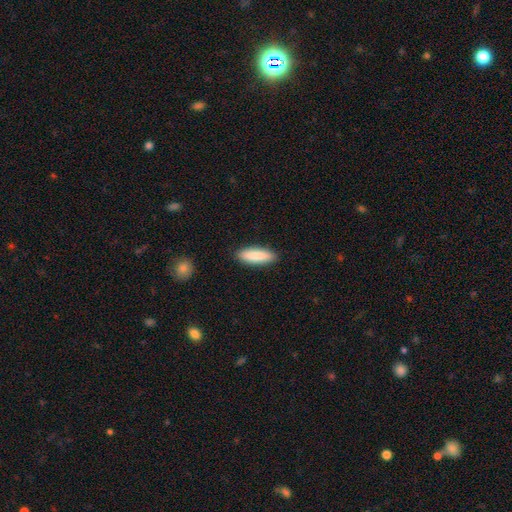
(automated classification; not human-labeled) Q: Smooth or featured?
A: smooth (88%); runner-up: featured or disk (7%)
Q: How rounded?
A: cigar-shaped (50%); runner-up: in between (49%)
Q: Merging?
A: none (89%); runner-up: minor disturbance (8%)